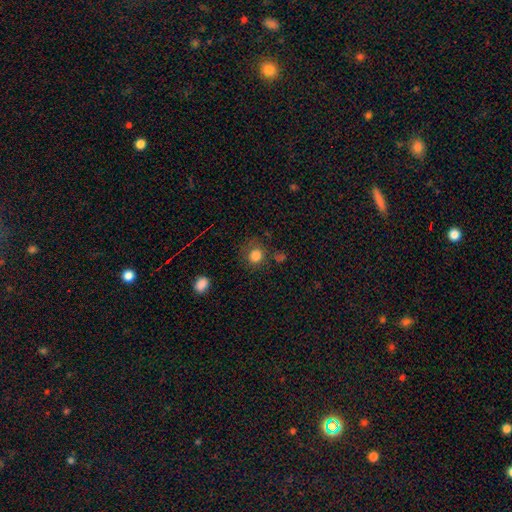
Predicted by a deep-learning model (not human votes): A smooth galaxy with no disk features (81%) that is round (83%).

Vote fractions:
- Smooth or featured? smooth: 81% / star or artifact: 12% / featured or disk: 6%
- How rounded? round: 83% / in between: 16% / cigar-shaped: 1%
- Merging? none: 71% / minor disturbance: 16% / major disturbance: 8% / merger: 4%